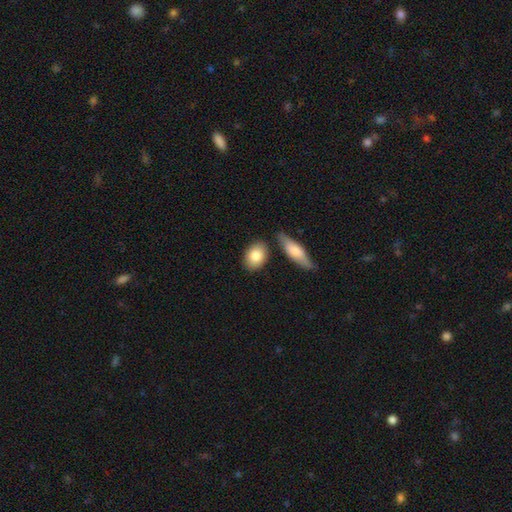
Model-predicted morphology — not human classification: smooth_or_featured: smooth (p=0.83) [alt: featured or disk p=0.11]
how_rounded: in between (p=0.75) [alt: round p=0.21]
merging: none (p=0.76) [alt: minor disturbance p=0.12]